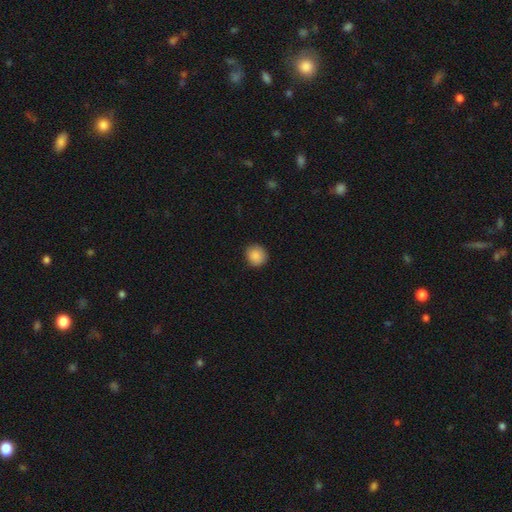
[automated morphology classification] Smooth or featured: smooth — 89% (star or artifact — 8%)
How rounded: round — 88% (in between — 11%)
Merging: none — 88% (minor disturbance — 9%)